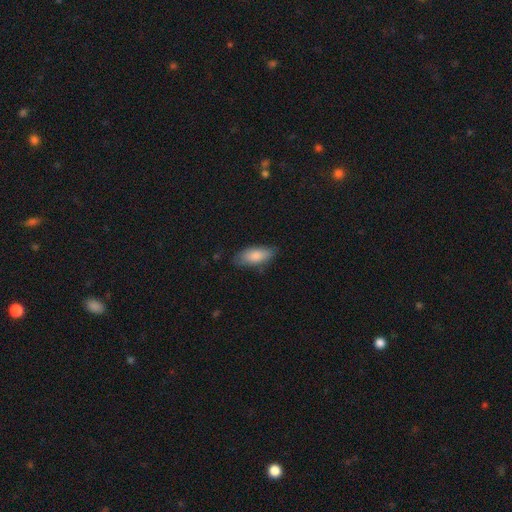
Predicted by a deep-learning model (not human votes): smooth_or_featured: smooth (p=0.83) [alt: featured or disk p=0.11]
how_rounded: in between (p=0.84) [alt: cigar-shaped p=0.14]
merging: none (p=0.75) [alt: minor disturbance p=0.19]